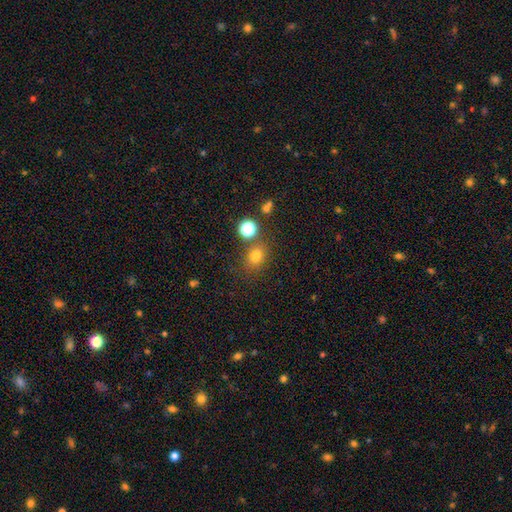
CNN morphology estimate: Smooth or featured? smooth (75%)
How rounded? round (57%)
Merging? none (74%)